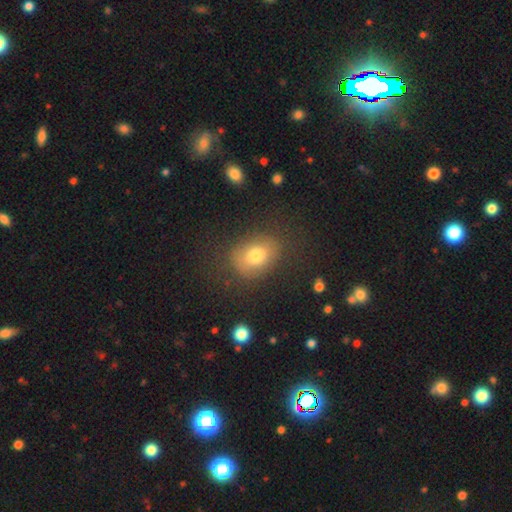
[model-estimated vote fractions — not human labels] Smooth or featured?
  - smooth: 74% *
  - featured or disk: 15%
  - star or artifact: 11%
How rounded?
  - in between: 63% *
  - round: 36%
  - cigar-shaped: 1%
Merging?
  - none: 74% *
  - minor disturbance: 15%
  - major disturbance: 8%
  - merger: 2%